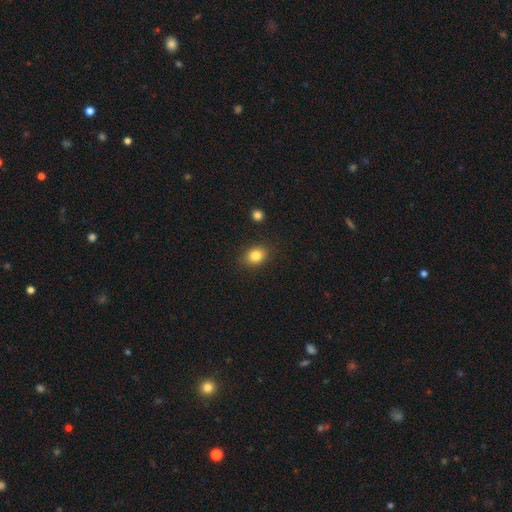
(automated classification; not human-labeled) Smooth or featured? smooth (84%)
How rounded? in between (55%)
Merging? none (86%)